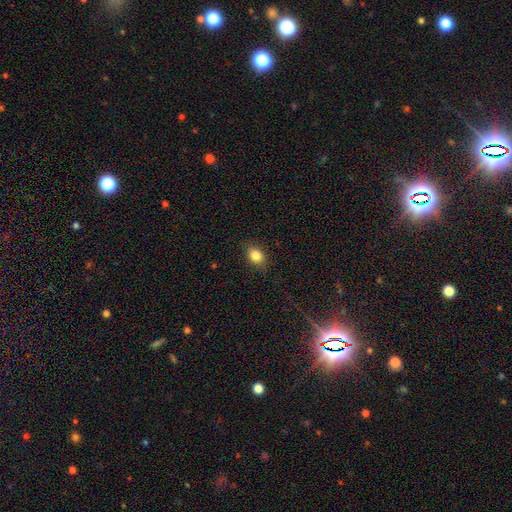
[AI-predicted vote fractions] smooth_or_featured: smooth (p=0.84) [alt: star or artifact p=0.10]
how_rounded: in between (p=0.60) [alt: round p=0.39]
merging: none (p=0.86) [alt: minor disturbance p=0.11]